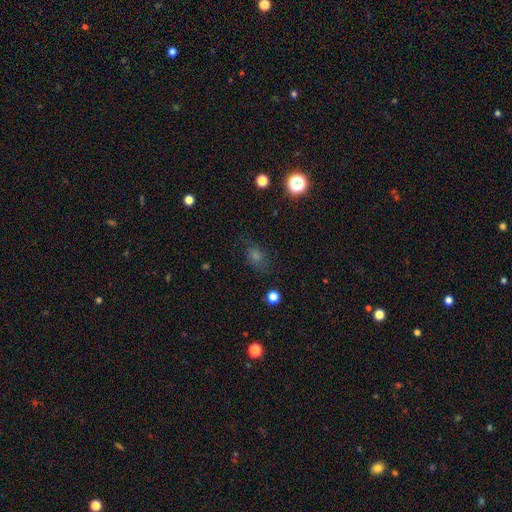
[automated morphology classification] Overall: smooth (49%; star or artifact 32%). Merging: none (75%).